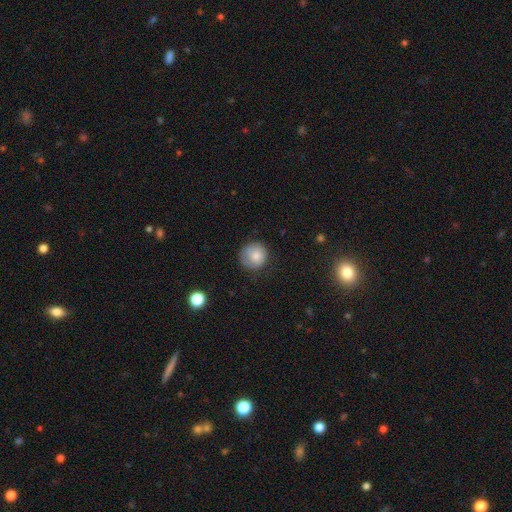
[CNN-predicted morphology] A smooth galaxy with no disk features (80%) that is round (92%). Merging: none (74%).